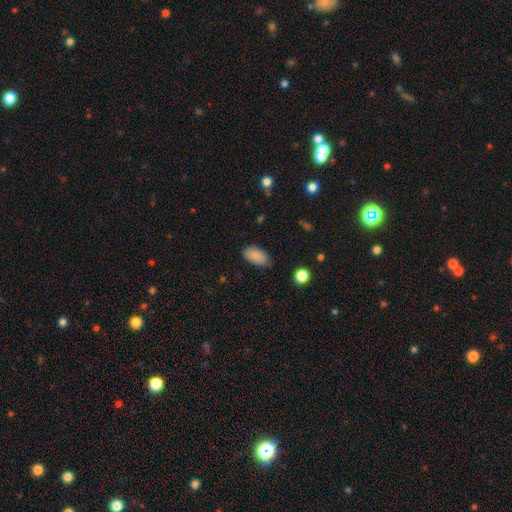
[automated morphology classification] Smooth or featured? smooth (88%)
How rounded? in between (93%)
Merging? none (75%)